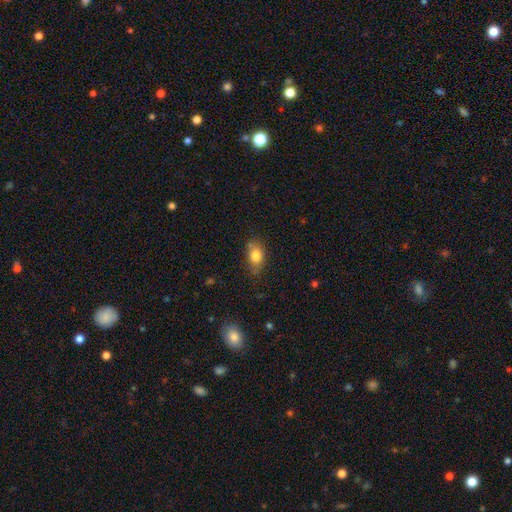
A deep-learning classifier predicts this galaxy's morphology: Smooth or featured: smooth — 80% (featured or disk — 11%)
How rounded: in between — 77% (round — 20%)
Merging: none — 66% (minor disturbance — 26%)